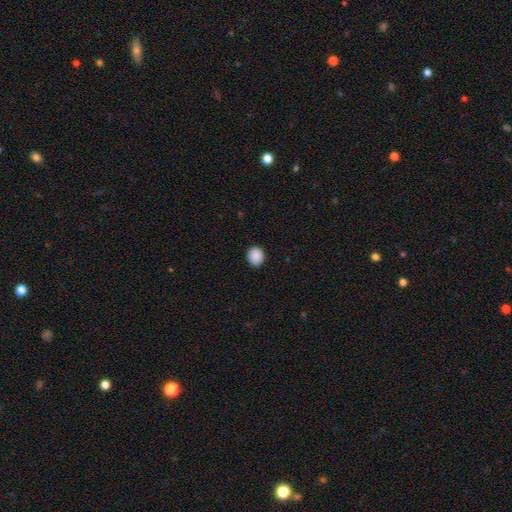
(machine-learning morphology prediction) Overall: smooth (89%). How rounded: round (77%). Merging: none (92%).